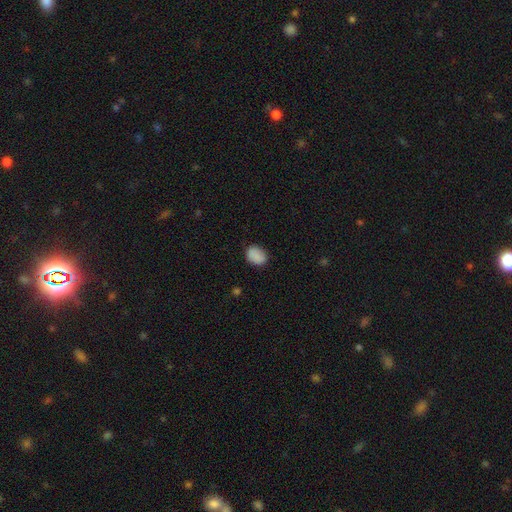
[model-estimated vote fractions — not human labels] smooth 87%, star or artifact 8%, featured or disk 4%. Down the decision tree: how rounded — in between (64%); merging — none (81%).